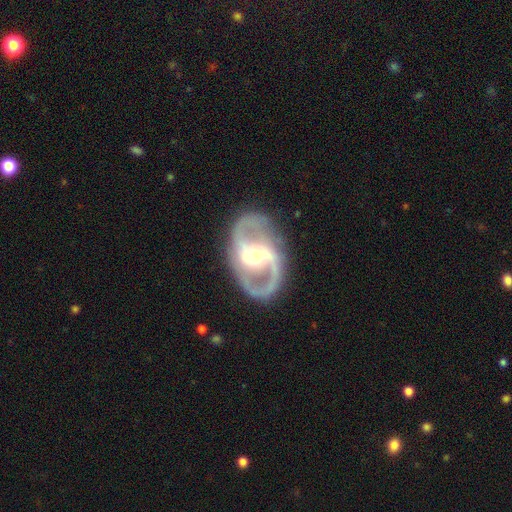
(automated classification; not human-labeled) Morphology: type=featured or disk (90%); edge-on=no (97%); bar=strong (47%); spiral arms=yes (94%); winding=medium (55%); arm count=2 (91%); bulge=moderate (55%); merging=none (79%).